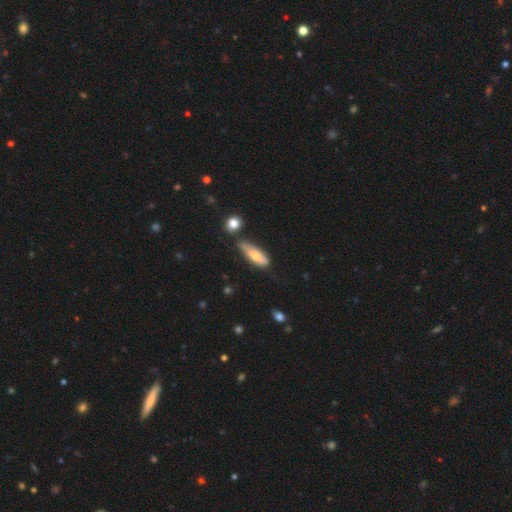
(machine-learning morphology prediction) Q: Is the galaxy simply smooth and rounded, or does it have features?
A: smooth — 59%.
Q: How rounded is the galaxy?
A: cigar-shaped — 52%.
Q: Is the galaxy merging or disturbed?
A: none — 65%.